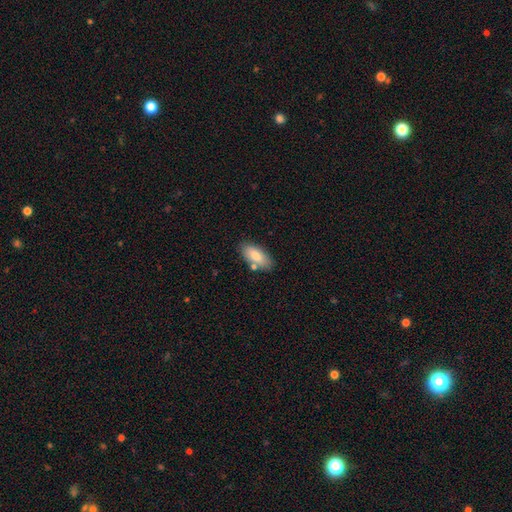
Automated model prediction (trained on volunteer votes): A smooth galaxy with no disk features (80%) that is in between round and cigar-shaped (88%).

Vote fractions:
- Smooth or featured? smooth: 80% / featured or disk: 13% / star or artifact: 7%
- How rounded? in between: 88% / cigar-shaped: 10% / round: 2%
- Merging? none: 75% / minor disturbance: 14% / merger: 9% / major disturbance: 3%